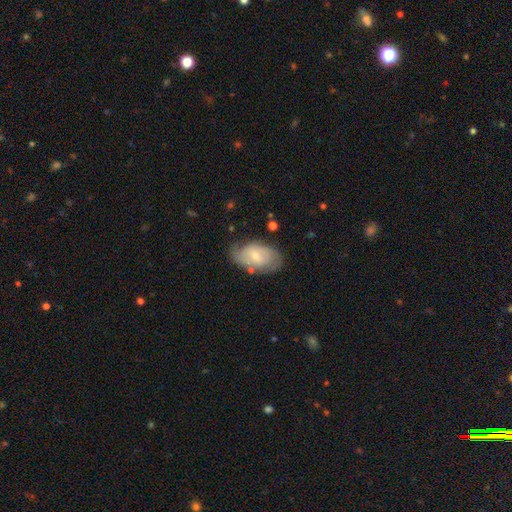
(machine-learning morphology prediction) Smooth or featured: featured or disk — 55% (smooth — 39%)
Edge-on disk: no — 95% (yes — 5%)
Bar: weak — 48% (no — 42%)
Spiral arms: yes — 77% (no — 23%)
Bulge size: small — 61% (moderate — 33%)
Merging: none — 66% (minor disturbance — 23%)